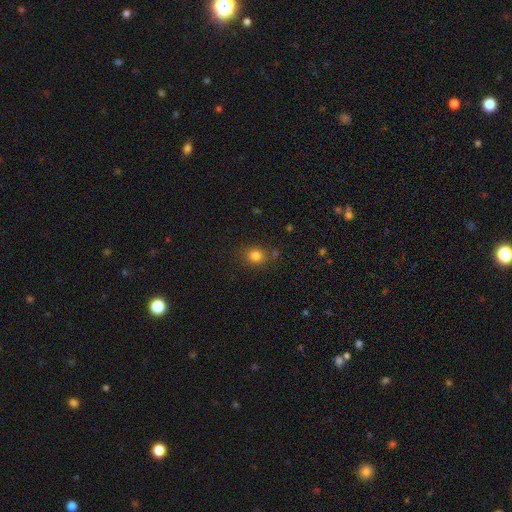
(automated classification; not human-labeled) This is clearly a smooth galaxy (81%). How rounded: likely round (72%). Merging: likely none (77%).